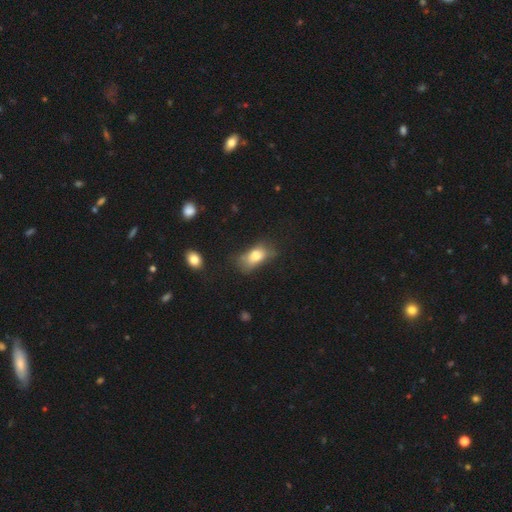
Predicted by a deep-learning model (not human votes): smooth_or_featured: smooth (p=0.76) [alt: featured or disk p=0.16]
how_rounded: in between (p=0.88) [alt: round p=0.08]
merging: none (p=0.45) [alt: minor disturbance p=0.31]